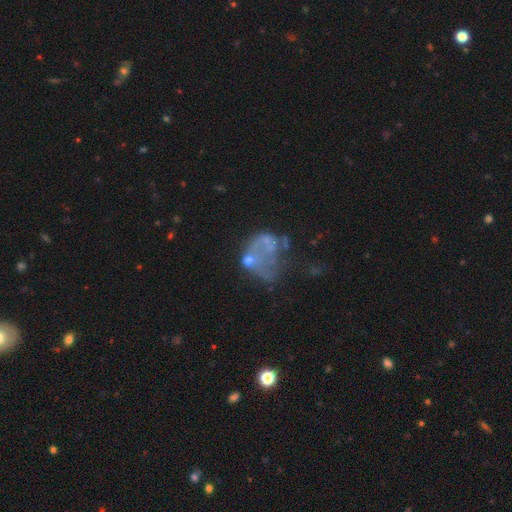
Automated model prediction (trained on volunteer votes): This is possibly a featured or disk galaxy (51%). It is clearly not viewed edge-on (98%). Bar: clearly no (93%). Spiral arm pattern: clearly no (92%). Central bulge: likely none (74%). Merging: marginally major disturbance (37%).